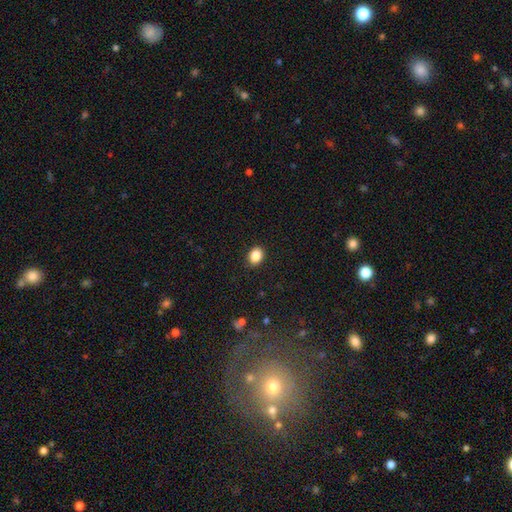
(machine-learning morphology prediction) Smooth or featured? Predicted: smooth (p=0.87). How rounded? Predicted: in between (p=0.56). Merging? Predicted: none (p=0.90).